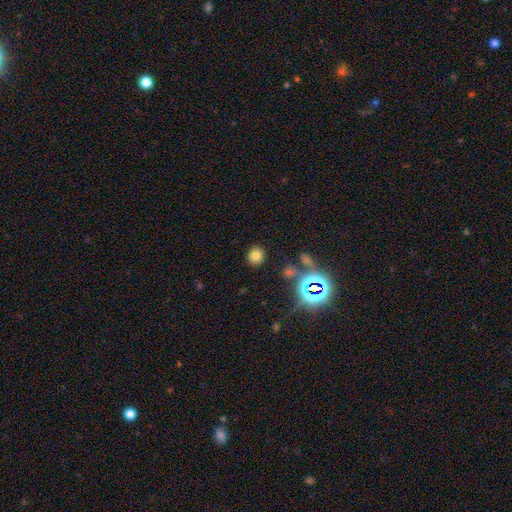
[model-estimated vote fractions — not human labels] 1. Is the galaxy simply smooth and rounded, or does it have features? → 72% smooth, 19% star or artifact, 9% featured or disk.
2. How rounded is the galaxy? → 82% round, 17% in between, 1% cigar-shaped.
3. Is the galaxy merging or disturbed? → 87% none, 7% minor disturbance, 3% major disturbance, 3% merger.